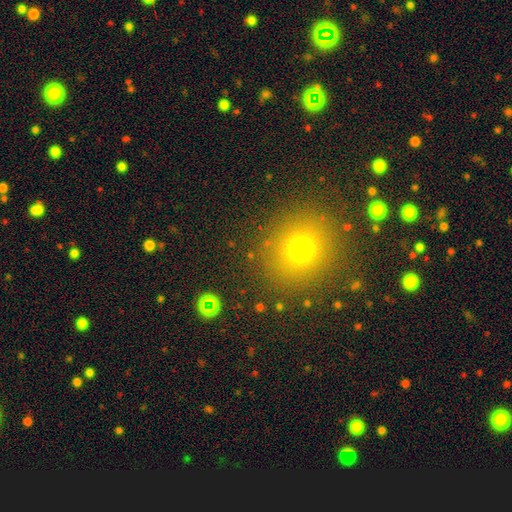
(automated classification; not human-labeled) Overall: smooth (64%; star or artifact 29%). How rounded: round (89%). Merging: none (90%).